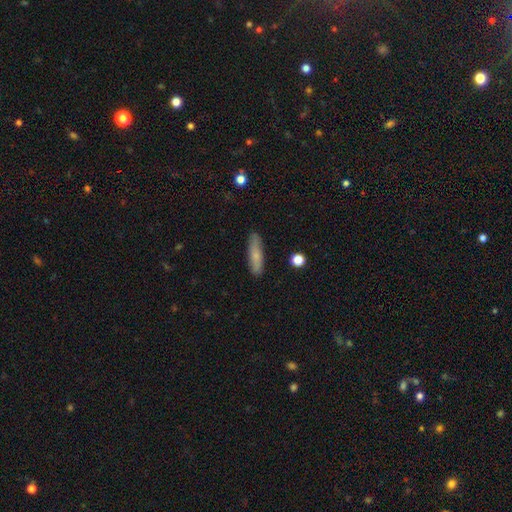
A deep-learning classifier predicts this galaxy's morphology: type=smooth (70%); roundness=cigar-shaped (75%); merging=none (87%).